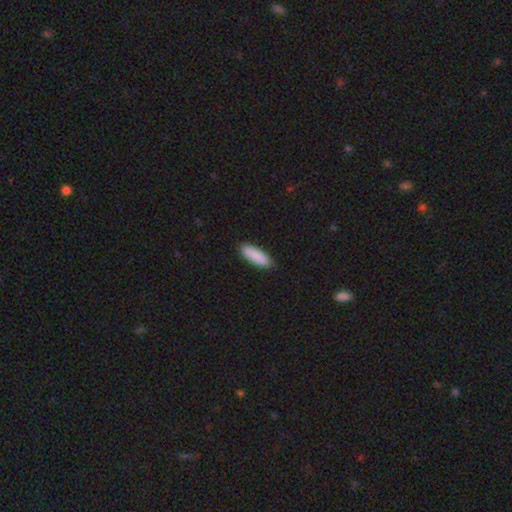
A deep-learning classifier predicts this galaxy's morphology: smooth-or-featured: smooth: 89% | star or artifact: 6% | featured or disk: 5%
  how-rounded: in between: 55% | cigar-shaped: 43% | round: 1%
  merging: none: 86% | minor disturbance: 11% | major disturbance: 2% | merger: 1%